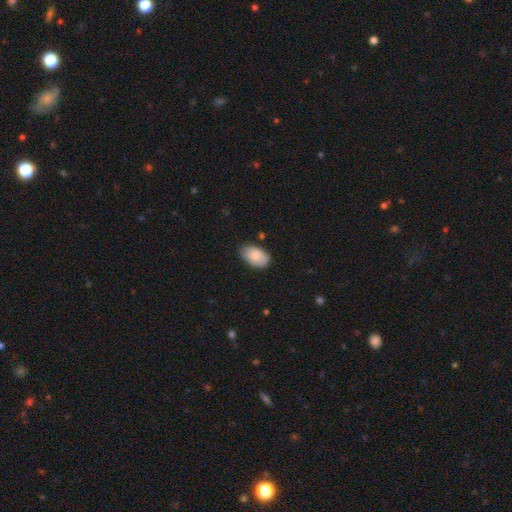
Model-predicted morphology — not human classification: A smooth galaxy with no disk features (86%) that is in between round and cigar-shaped (93%).

Vote fractions:
- Smooth or featured? smooth: 86% / featured or disk: 9% / star or artifact: 6%
- How rounded? in between: 93% / round: 6% / cigar-shaped: 1%
- Merging? none: 80% / minor disturbance: 16% / major disturbance: 2% / merger: 1%